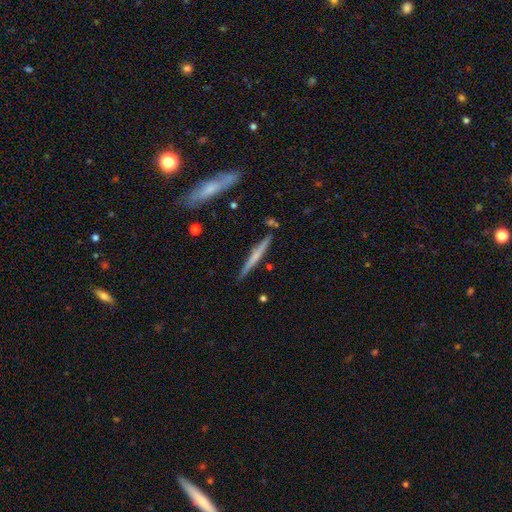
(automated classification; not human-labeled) A featured or disk galaxy (53%) viewed edge-on (97%) with no central bulge (59%). Merging: none (87%).